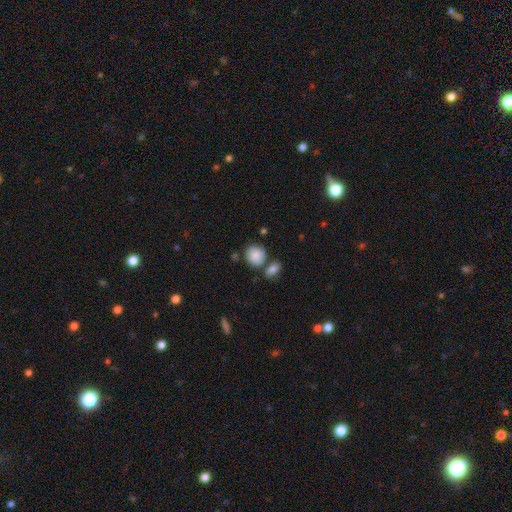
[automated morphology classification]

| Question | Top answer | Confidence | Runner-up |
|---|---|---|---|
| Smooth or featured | smooth | 84% | featured or disk (9%) |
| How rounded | round | 75% | in between (23%) |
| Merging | none | 61% | merger (20%) |